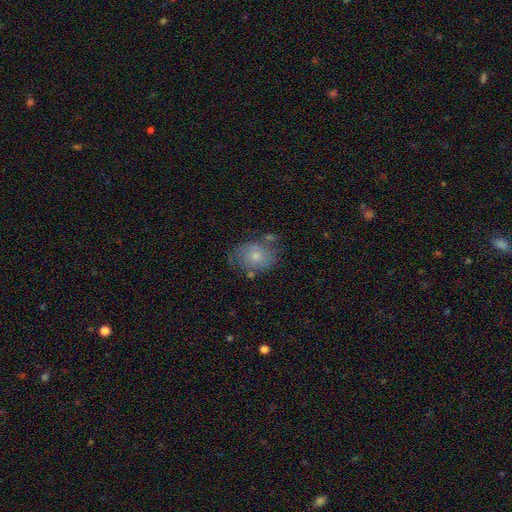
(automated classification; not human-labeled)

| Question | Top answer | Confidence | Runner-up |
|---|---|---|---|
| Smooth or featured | smooth | 60% | featured or disk (31%) |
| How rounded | in between | 66% | round (33%) |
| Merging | none | 58% | minor disturbance (24%) |